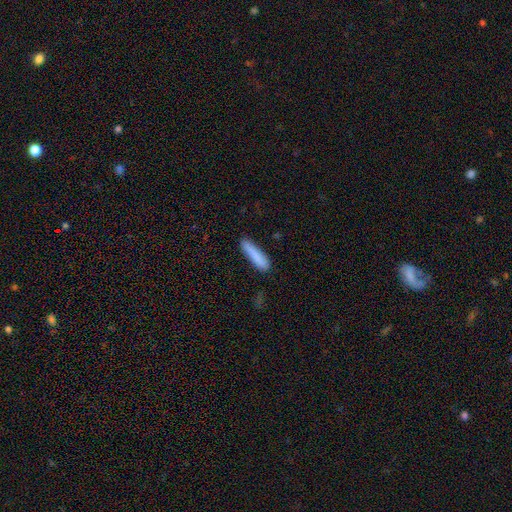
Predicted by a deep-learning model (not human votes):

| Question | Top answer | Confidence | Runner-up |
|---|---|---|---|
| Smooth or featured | smooth | 85% | featured or disk (9%) |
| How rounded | cigar-shaped | 84% | in between (14%) |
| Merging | none | 83% | minor disturbance (13%) |